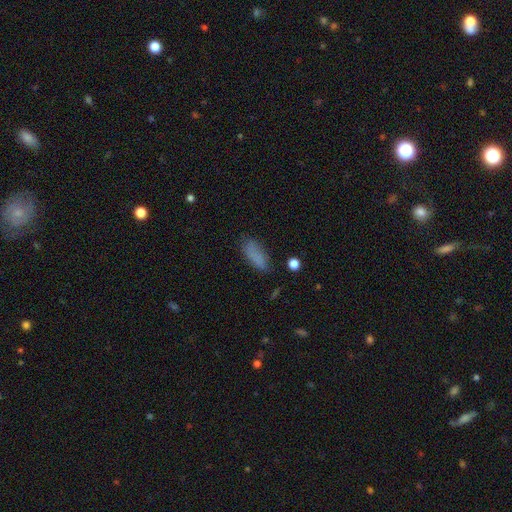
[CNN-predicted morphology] Q: Smooth or featured?
A: smooth (82%); runner-up: star or artifact (10%)
Q: How rounded?
A: in between (71%); runner-up: cigar-shaped (26%)
Q: Merging?
A: none (67%); runner-up: minor disturbance (23%)